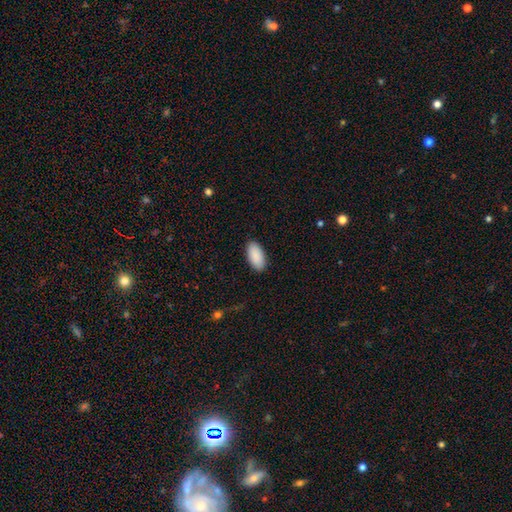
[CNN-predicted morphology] smooth_or_featured: smooth (p=0.92) [alt: star or artifact p=0.06]
how_rounded: in between (p=0.94) [alt: cigar-shaped p=0.04]
merging: none (p=0.89) [alt: minor disturbance p=0.08]